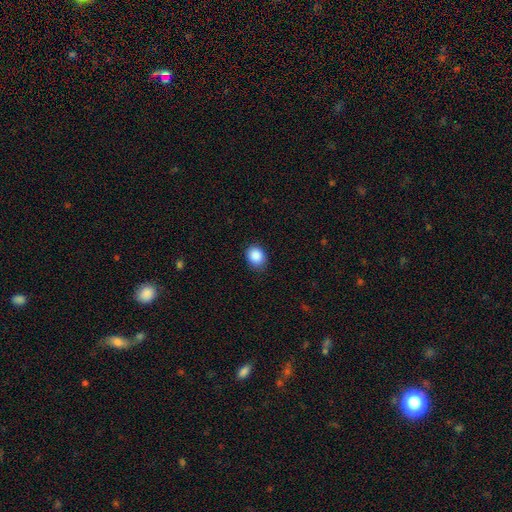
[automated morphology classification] smooth 89%, star or artifact 8%, featured or disk 3%. Down the decision tree: how rounded — round (54%); merging — none (83%).